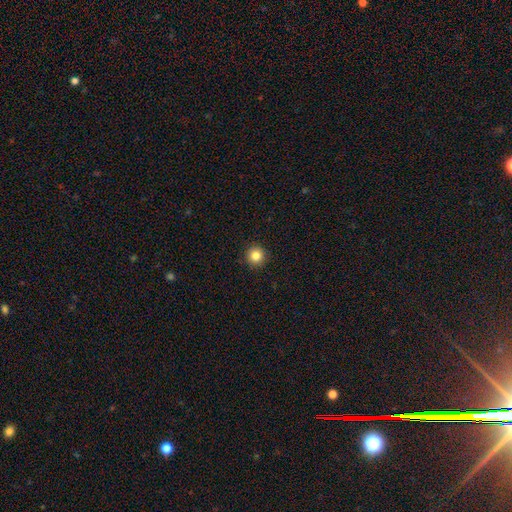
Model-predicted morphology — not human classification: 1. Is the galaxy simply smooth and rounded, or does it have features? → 85% smooth, 11% star or artifact, 5% featured or disk.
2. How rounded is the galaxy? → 95% round, 4% in between, 1% cigar-shaped.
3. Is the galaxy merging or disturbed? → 93% none, 4% minor disturbance, 2% major disturbance, 1% merger.